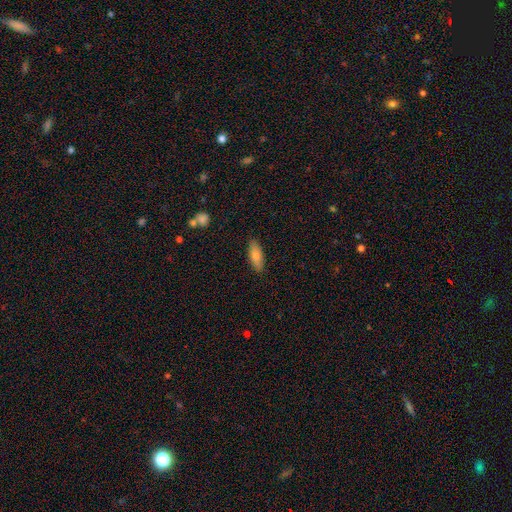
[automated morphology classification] The model was most divided on "how rounded": in between: 66%, cigar-shaped: 32%, round: 2%. More confident: merging — none (87%); smooth or featured — smooth (75%).